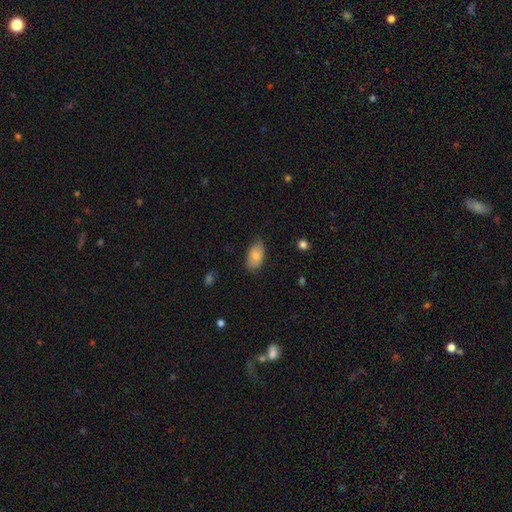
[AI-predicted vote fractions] Smooth or featured: smooth — 79% (featured or disk — 14%)
How rounded: in between — 93% (round — 5%)
Merging: none — 74% (minor disturbance — 21%)